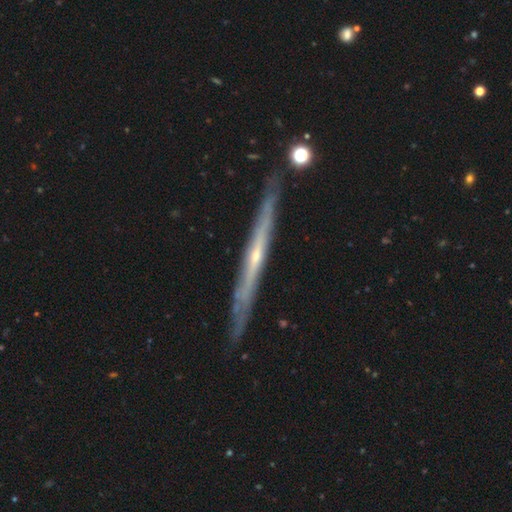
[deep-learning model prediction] This appears to be a featured or disk galaxy (79%) viewed edge-on (94%) with a rounded central bulge (49%). Merging: none (85%).